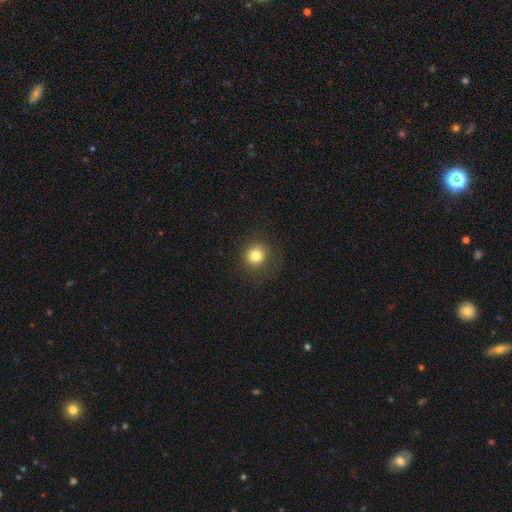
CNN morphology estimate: Smooth or featured?
  - smooth: 80% *
  - star or artifact: 12%
  - featured or disk: 8%
How rounded?
  - round: 90% *
  - in between: 9%
  - cigar-shaped: 1%
Merging?
  - none: 83% *
  - minor disturbance: 11%
  - major disturbance: 5%
  - merger: 1%